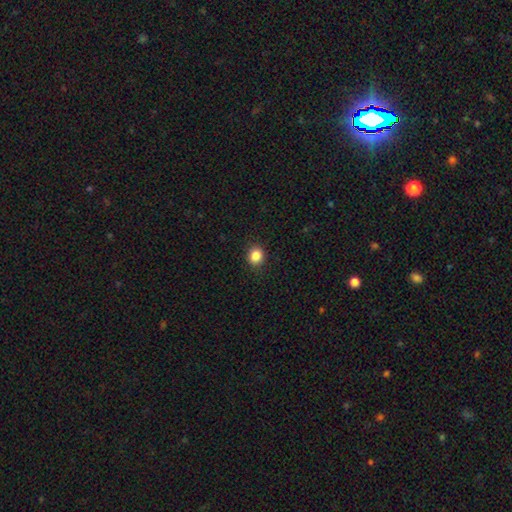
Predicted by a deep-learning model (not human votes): Morphology: type=smooth (86%); roundness=round (77%); merging=none (90%).